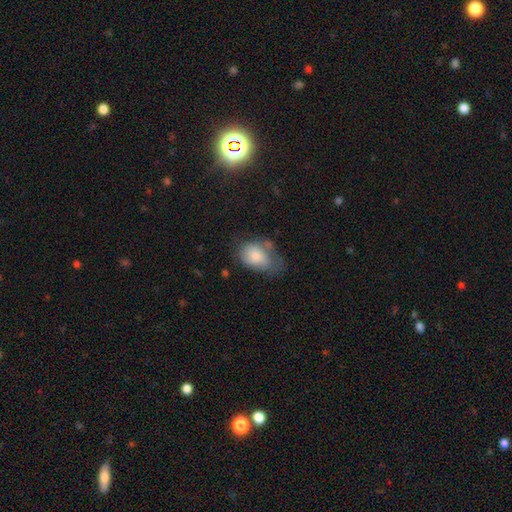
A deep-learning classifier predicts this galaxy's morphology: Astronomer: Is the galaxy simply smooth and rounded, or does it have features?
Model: smooth — 75%.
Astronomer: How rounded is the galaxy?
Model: in between — 83%.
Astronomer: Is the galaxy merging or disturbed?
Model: minor disturbance — 36% (runner-up: none, 33%).